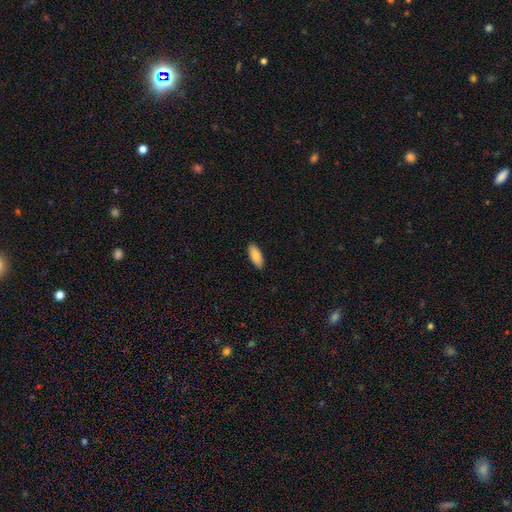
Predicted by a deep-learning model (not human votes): This is clearly a smooth galaxy (87%). How rounded: clearly in between (82%). Merging: clearly none (90%).